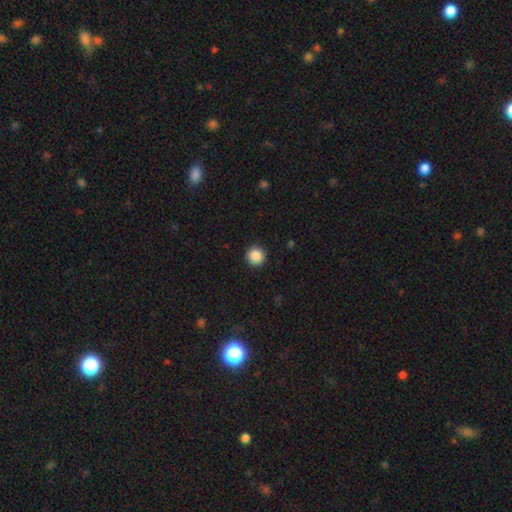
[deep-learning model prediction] This is clearly a smooth galaxy (88%). How rounded: clearly round (96%). Merging: clearly none (93%).